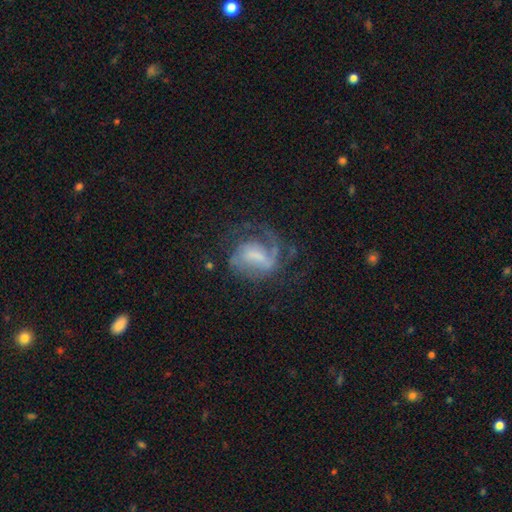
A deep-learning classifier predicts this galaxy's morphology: smooth_or_featured: featured or disk (p=0.75) [alt: smooth p=0.17]
disk_edge_on: no (p=0.97) [alt: yes p=0.03]
bar: weak (p=0.47) [alt: no p=0.27]
has_spiral_arms: yes (p=0.87) [alt: no p=0.13]
spiral_winding: medium (p=0.46) [alt: tight p=0.30]
spiral_arm_count: 2 (p=0.41) [alt: 1 p=0.32]
bulge_size: small (p=0.33) [alt: none p=0.28]
merging: none (p=0.49) [alt: major disturbance p=0.29]